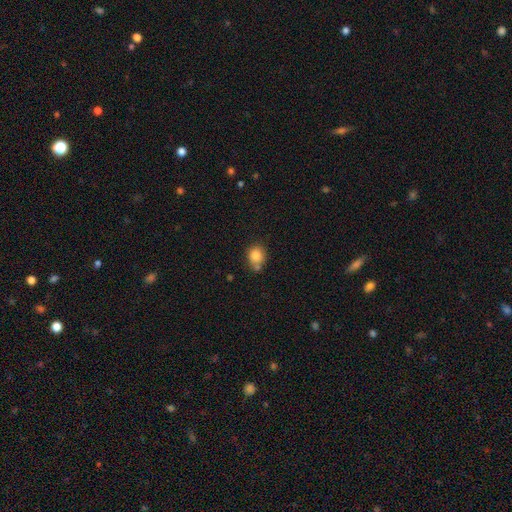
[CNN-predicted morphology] This appears to be a smooth galaxy with no disk features (83%) that is round (72%). Merging: none (57%).